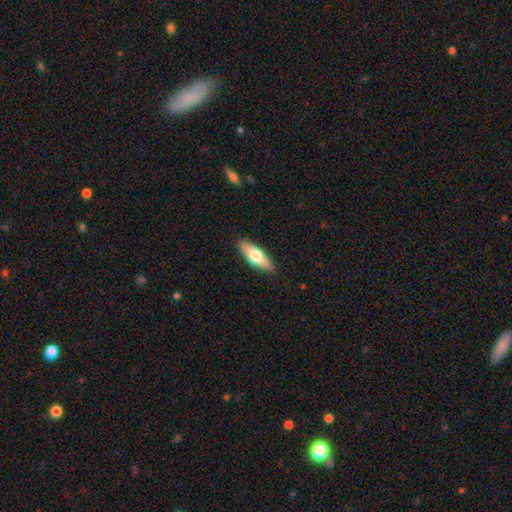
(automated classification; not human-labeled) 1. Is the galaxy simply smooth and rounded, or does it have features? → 65% smooth, 30% featured or disk, 5% star or artifact.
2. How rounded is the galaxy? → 64% in between, 34% cigar-shaped, 2% round.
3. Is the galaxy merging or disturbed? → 88% none, 9% minor disturbance, 2% major disturbance, 1% merger.